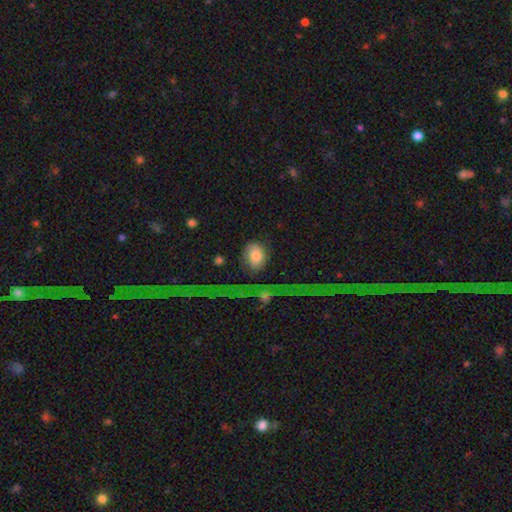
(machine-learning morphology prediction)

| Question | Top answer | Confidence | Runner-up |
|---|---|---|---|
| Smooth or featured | smooth | 78% | featured or disk (14%) |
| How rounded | in between | 64% | round (35%) |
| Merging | none | 57% | minor disturbance (22%) |